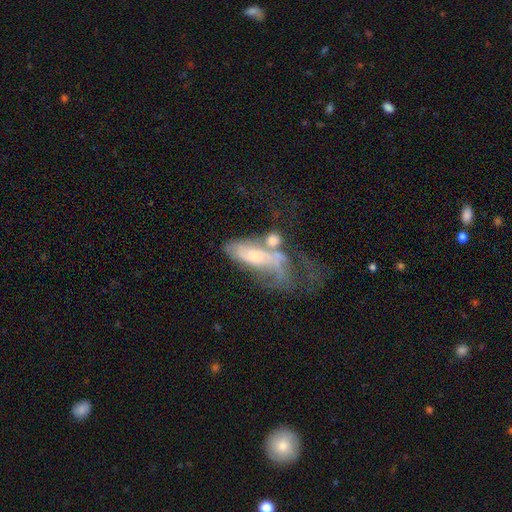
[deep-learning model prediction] A featured or disk galaxy (58%). Merging: major disturbance (38%).